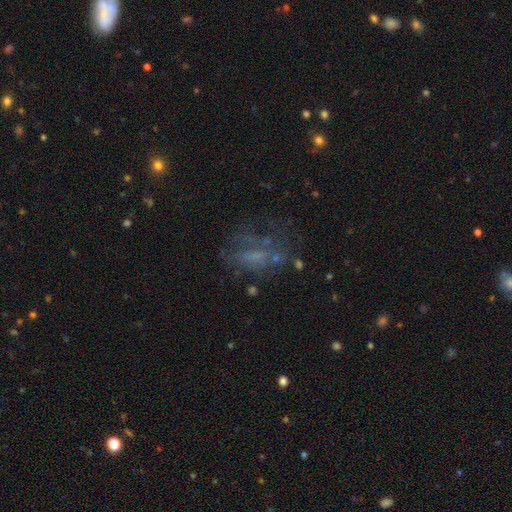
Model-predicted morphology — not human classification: Smooth or featured? featured or disk (44%)
Merging? none (44%)